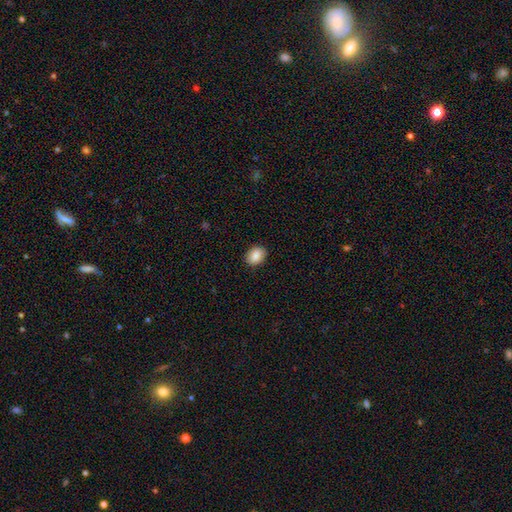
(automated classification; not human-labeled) Smooth or featured: smooth — 86% (star or artifact — 8%)
How rounded: in between — 60% (round — 39%)
Merging: none — 89% (minor disturbance — 8%)